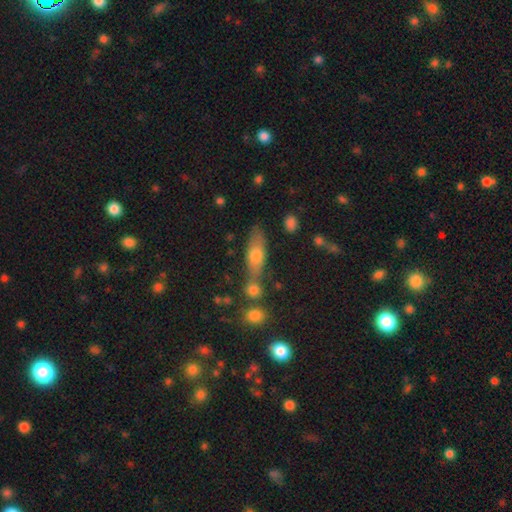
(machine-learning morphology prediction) A smooth galaxy with no disk features (63%) that is in between round and cigar-shaped (56%).

Vote fractions:
- Smooth or featured? smooth: 63% / featured or disk: 28% / star or artifact: 9%
- How rounded? in between: 56% / cigar-shaped: 39% / round: 4%
- Merging? none: 61% / merger: 18% / minor disturbance: 16% / major disturbance: 5%